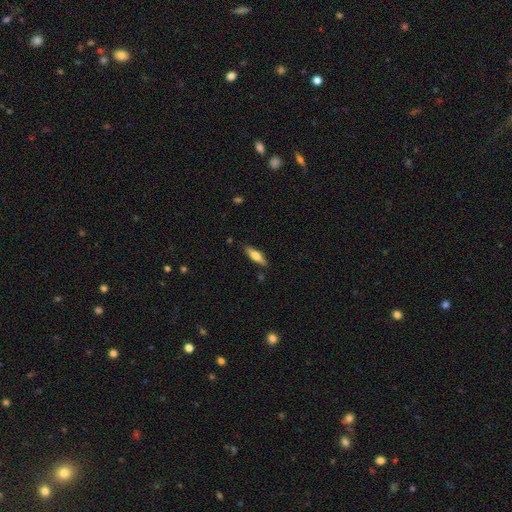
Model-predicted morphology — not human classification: Q: Smooth or featured?
A: smooth (57%); runner-up: featured or disk (37%)
Q: How rounded?
A: cigar-shaped (61%); runner-up: in between (37%)
Q: Merging?
A: none (86%); runner-up: minor disturbance (11%)